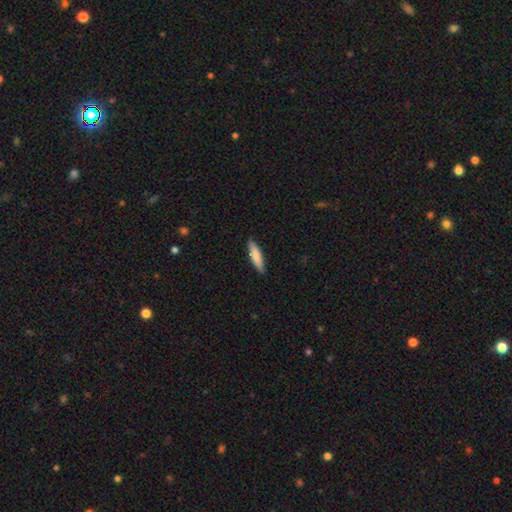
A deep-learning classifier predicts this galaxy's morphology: This is clearly a smooth galaxy (83%). How rounded: likely cigar-shaped (75%). Merging: clearly none (89%).